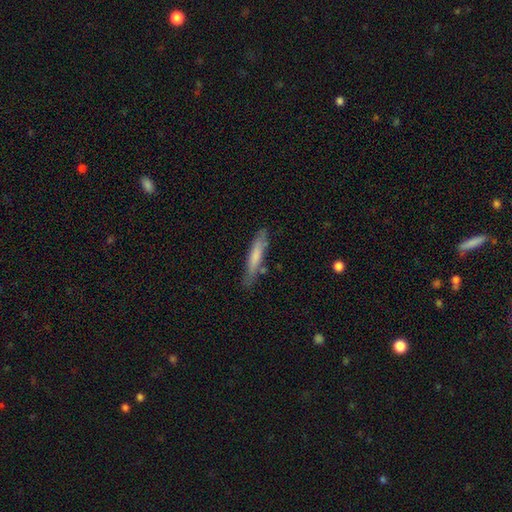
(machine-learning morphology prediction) This is likely a smooth galaxy (67%). How rounded: clearly cigar-shaped (89%). Merging: likely none (78%).